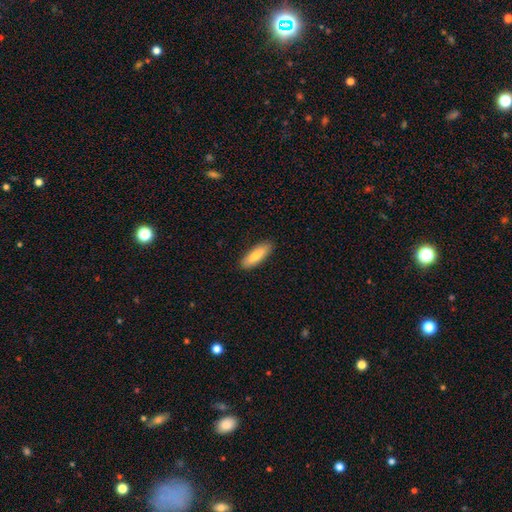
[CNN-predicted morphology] smooth-or-featured: smooth: 83% | featured or disk: 12% | star or artifact: 5%
  how-rounded: in between: 53% | cigar-shaped: 46% | round: 2%
  merging: none: 89% | minor disturbance: 8% | major disturbance: 2% | merger: 1%